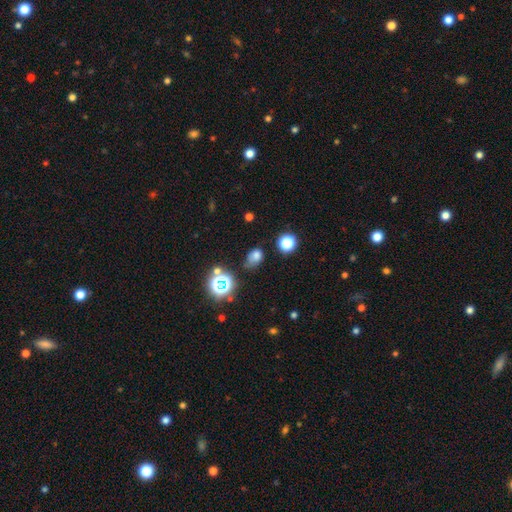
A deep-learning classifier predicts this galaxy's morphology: A smooth galaxy with no disk features (68%) that is in between round and cigar-shaped (63%).

Vote fractions:
- Smooth or featured? smooth: 68% / star or artifact: 22% / featured or disk: 10%
- How rounded? in between: 63% / round: 36% / cigar-shaped: 1%
- Merging? none: 47% / minor disturbance: 32% / major disturbance: 15% / merger: 6%